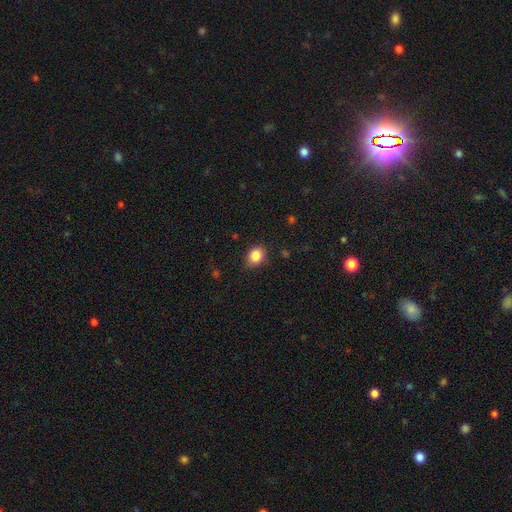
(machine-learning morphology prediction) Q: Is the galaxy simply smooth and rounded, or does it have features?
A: smooth — 85%.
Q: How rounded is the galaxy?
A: round — 51%.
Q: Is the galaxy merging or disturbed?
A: none — 80%.